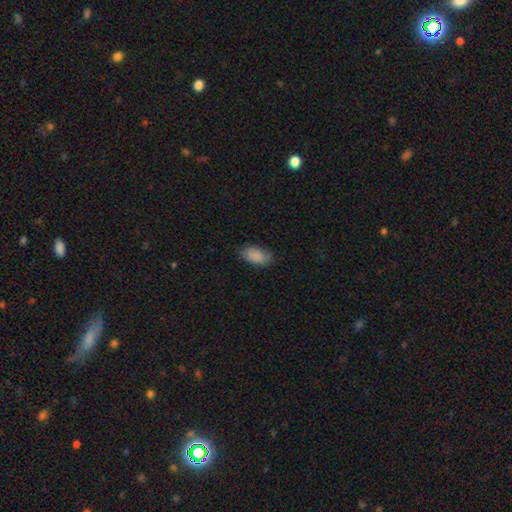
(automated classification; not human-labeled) smooth-or-featured: smooth: 88% | star or artifact: 7% | featured or disk: 5%
  how-rounded: in between: 93% | round: 4% | cigar-shaped: 3%
  merging: none: 80% | minor disturbance: 16% | major disturbance: 3% | merger: 1%